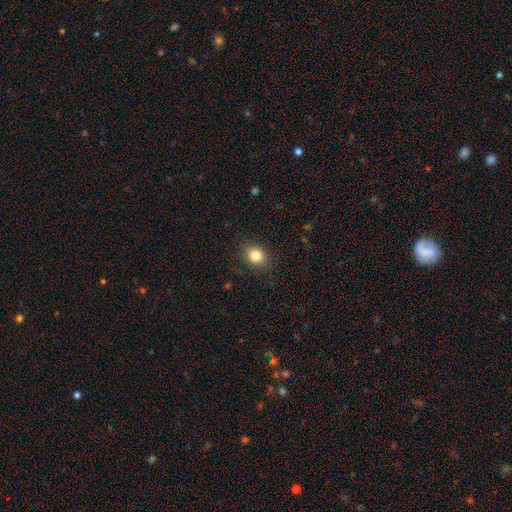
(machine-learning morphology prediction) type=smooth (82%); roundness=round (63%); merging=none (86%).